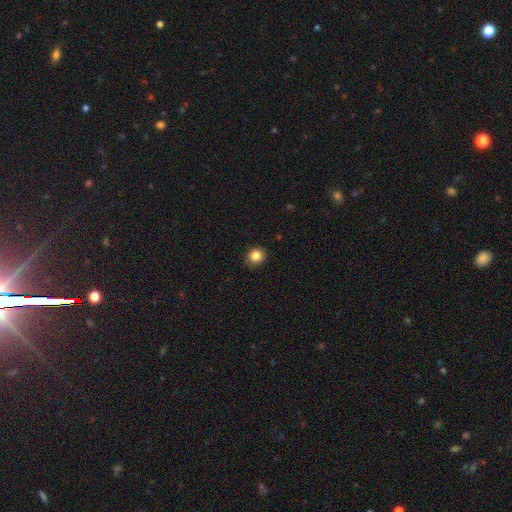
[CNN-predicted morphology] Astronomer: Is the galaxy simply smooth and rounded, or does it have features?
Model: smooth — 85%.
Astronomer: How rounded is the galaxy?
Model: round — 82%.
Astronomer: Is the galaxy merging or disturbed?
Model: none — 86%.